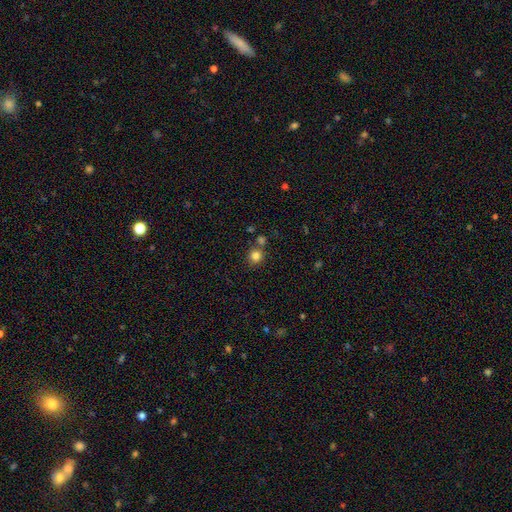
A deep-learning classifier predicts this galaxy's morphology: Overall: smooth (83%). How rounded: round (91%). Merging: none (73%).